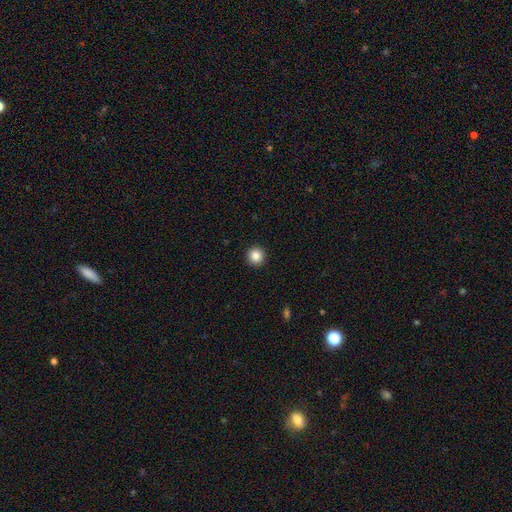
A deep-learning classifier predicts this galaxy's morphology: The model was most divided on "smooth or featured": smooth: 86%, star or artifact: 10%, featured or disk: 4%. More confident: how rounded — round (96%); merging — none (94%).